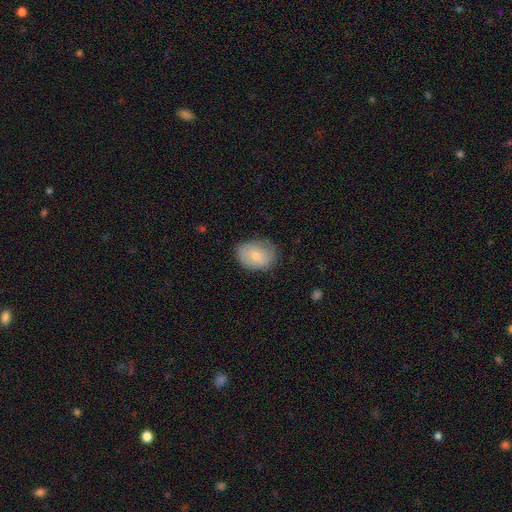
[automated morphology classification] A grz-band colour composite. It shows a smooth galaxy with no disk features (69%) that is in between round and cigar-shaped (66%). Merging: none (68%).